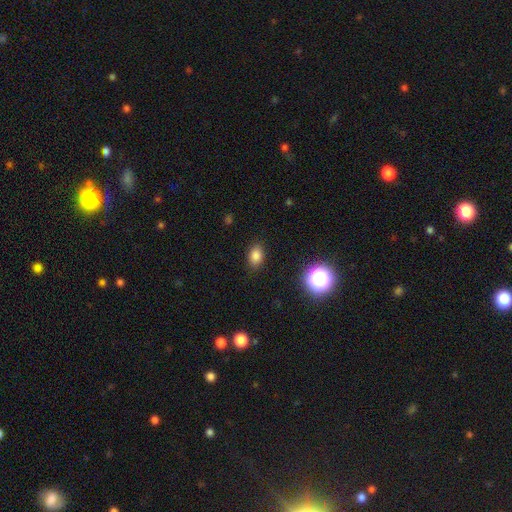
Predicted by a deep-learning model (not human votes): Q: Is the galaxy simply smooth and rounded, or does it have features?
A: smooth — 81%.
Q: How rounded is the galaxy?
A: in between — 76%.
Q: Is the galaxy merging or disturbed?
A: none — 86%.